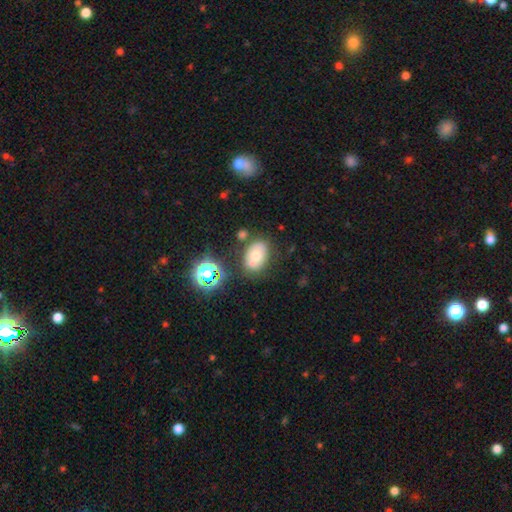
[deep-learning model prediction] Smooth or featured: smooth — 57% (featured or disk — 30%)
How rounded: in between — 77% (round — 22%)
Merging: none — 71% (minor disturbance — 15%)